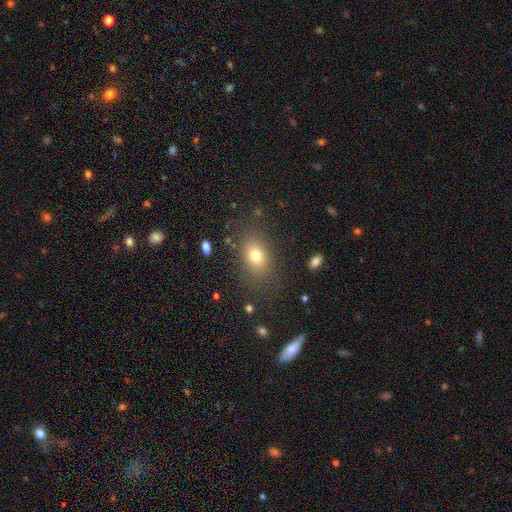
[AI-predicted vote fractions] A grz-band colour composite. It shows a smooth galaxy with no disk features (76%) that is in between round and cigar-shaped (76%). Merging: none (78%).